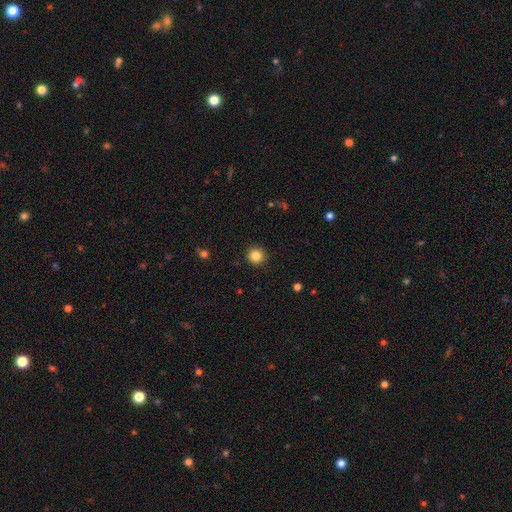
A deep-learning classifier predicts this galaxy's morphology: Smooth or featured: smooth — 85% (star or artifact — 11%)
How rounded: round — 93% (in between — 6%)
Merging: none — 91% (minor disturbance — 6%)